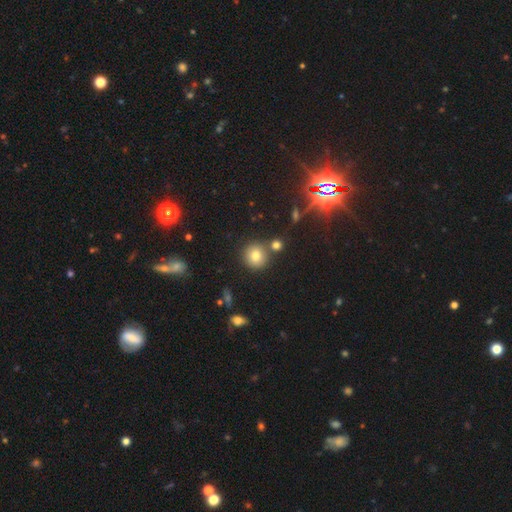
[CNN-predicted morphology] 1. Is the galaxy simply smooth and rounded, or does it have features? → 76% smooth, 14% star or artifact, 10% featured or disk.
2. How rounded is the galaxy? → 91% round, 8% in between, 1% cigar-shaped.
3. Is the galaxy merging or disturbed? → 76% none, 13% merger, 9% minor disturbance, 3% major disturbance.